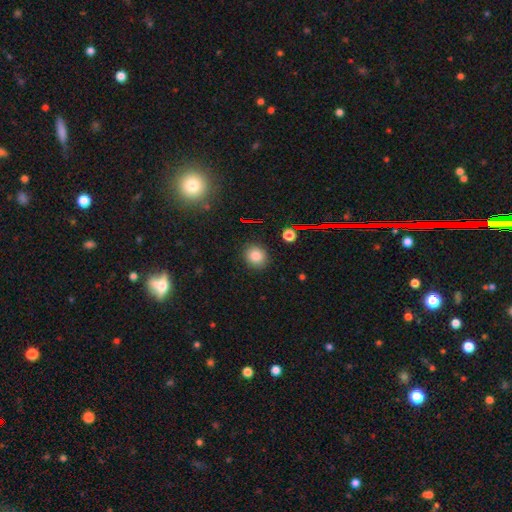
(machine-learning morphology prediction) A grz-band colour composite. It shows a smooth galaxy with no disk features (79%) that is round (76%). Merging: none (88%).